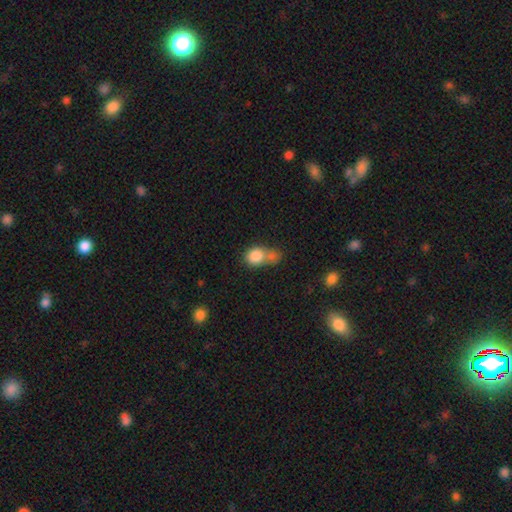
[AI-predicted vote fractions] Smooth or featured? smooth (82%)
How rounded? round (64%)
Merging? merger (51%)